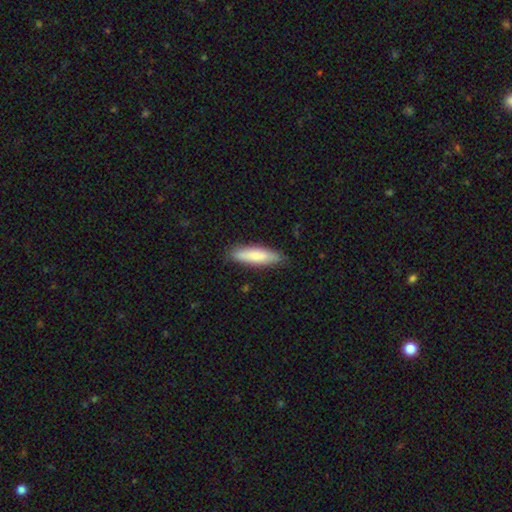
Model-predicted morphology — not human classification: The model was most divided on "how rounded": cigar-shaped: 68%, in between: 31%, round: 2%. More confident: merging — none (86%); smooth or featured — smooth (80%).